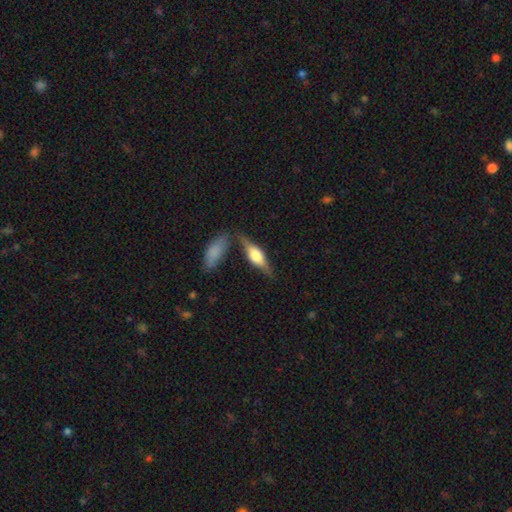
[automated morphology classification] smooth-or-featured: featured or disk: 60% | smooth: 34% | star or artifact: 6%
  disk-edge-on: yes: 92% | no: 8%
    edge-on-bulge: rounded: 89% | boxy: 9% | none: 2%
  merging: none: 69% | minor disturbance: 15% | merger: 11% | major disturbance: 5%